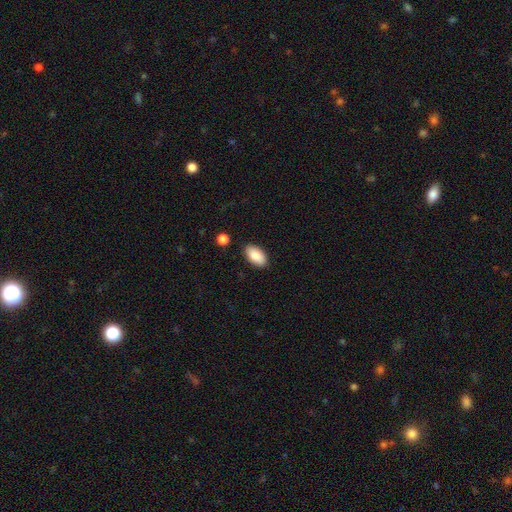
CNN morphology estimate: This appears to be a smooth galaxy with no disk features (89%) that is in between round and cigar-shaped (94%). Merging: none (86%).